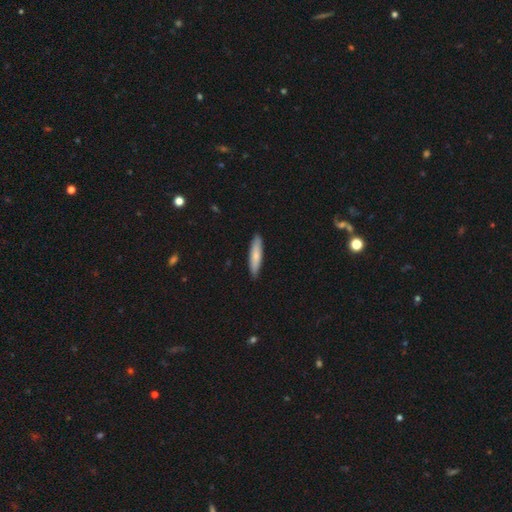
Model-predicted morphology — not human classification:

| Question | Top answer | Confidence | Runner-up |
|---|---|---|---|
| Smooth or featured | smooth | 76% | featured or disk (19%) |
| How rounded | cigar-shaped | 78% | in between (21%) |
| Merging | none | 88% | minor disturbance (9%) |